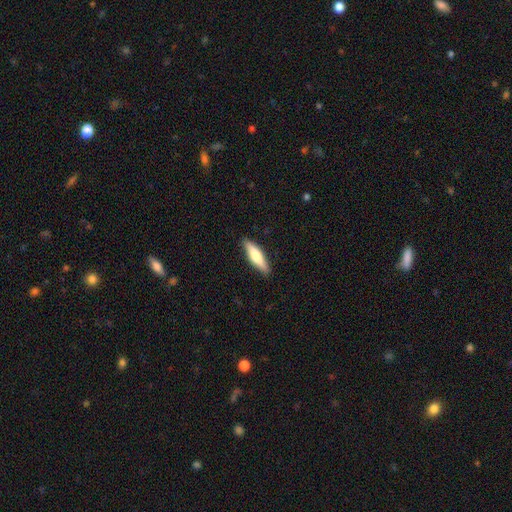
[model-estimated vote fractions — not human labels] Smooth or featured? Predicted: smooth (p=0.63). How rounded? Predicted: cigar-shaped (p=0.67). Merging? Predicted: none (p=0.88).